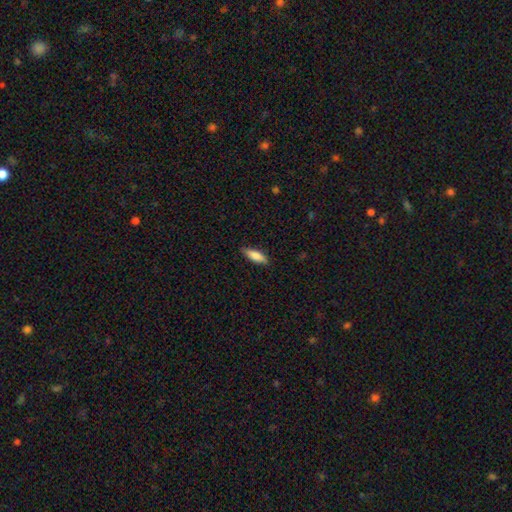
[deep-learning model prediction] This is clearly a smooth galaxy (84%). How rounded: possibly in between (57%). Merging: clearly none (85%).